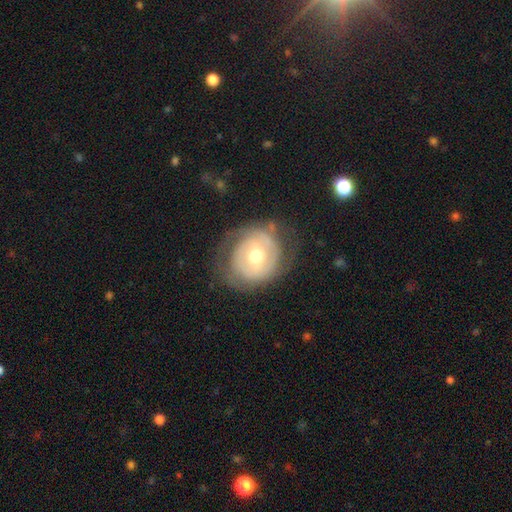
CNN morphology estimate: This appears to be a featured or disk galaxy (64%) with no bar (59%), spiral arms (60%) and a moderate central bulge (73%). Merging: none (65%).